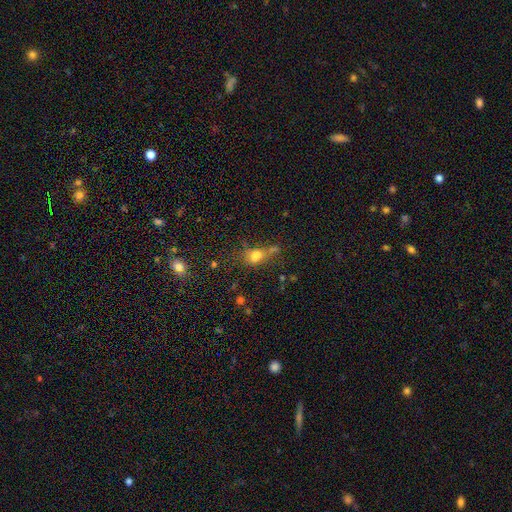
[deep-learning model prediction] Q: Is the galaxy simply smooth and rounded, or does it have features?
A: smooth — 66%.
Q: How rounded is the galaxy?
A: in between — 66%.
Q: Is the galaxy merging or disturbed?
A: none — 37%.